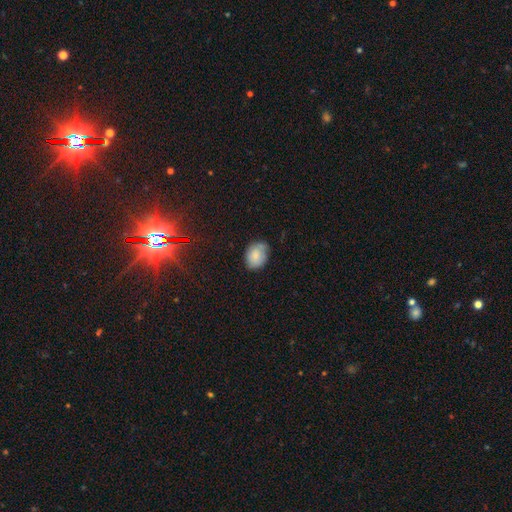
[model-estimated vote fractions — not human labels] Morphology: type=smooth (79%); roundness=in between (59%); merging=none (57%).